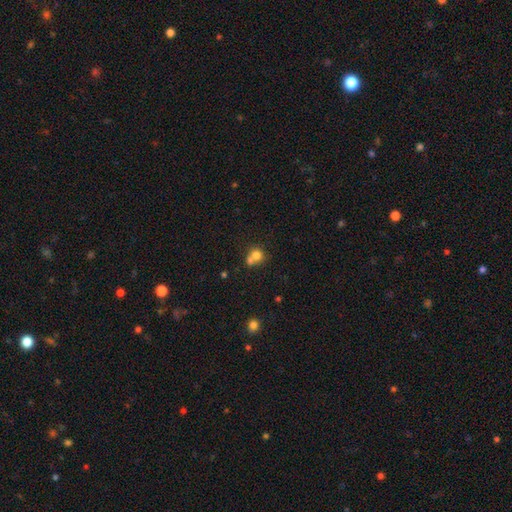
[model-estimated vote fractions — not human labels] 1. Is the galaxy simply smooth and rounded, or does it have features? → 75% smooth, 13% featured or disk, 12% star or artifact.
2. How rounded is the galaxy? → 82% round, 17% in between, 1% cigar-shaped.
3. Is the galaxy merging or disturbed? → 55% merger, 35% none, 7% minor disturbance, 3% major disturbance.